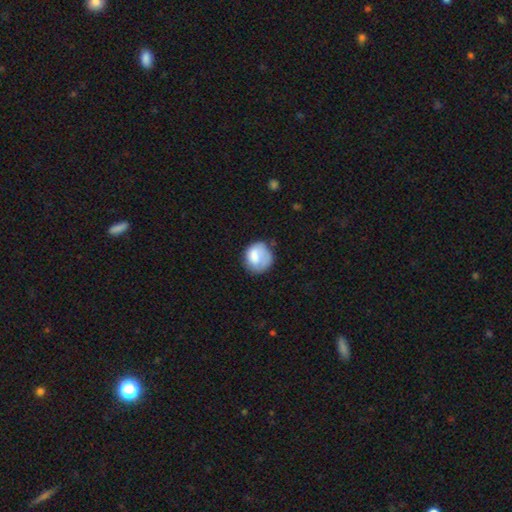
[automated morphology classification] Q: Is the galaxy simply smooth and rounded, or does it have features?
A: smooth — 75%.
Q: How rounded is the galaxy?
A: round — 72%.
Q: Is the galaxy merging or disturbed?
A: none — 54%.